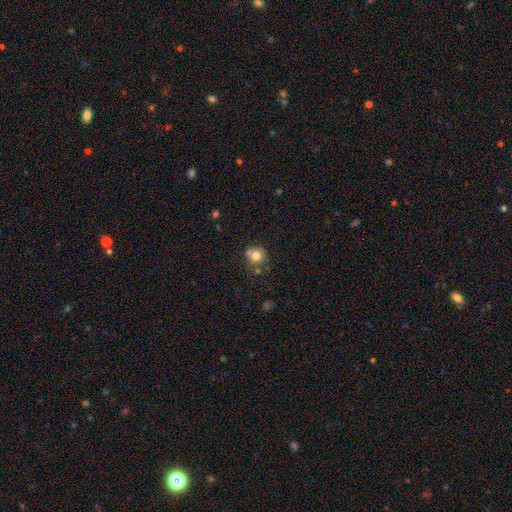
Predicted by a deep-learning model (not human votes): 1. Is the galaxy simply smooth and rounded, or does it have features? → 77% smooth, 12% featured or disk, 11% star or artifact.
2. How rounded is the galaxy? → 88% round, 11% in between, 1% cigar-shaped.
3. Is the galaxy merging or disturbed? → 60% none, 21% merger, 15% minor disturbance, 5% major disturbance.